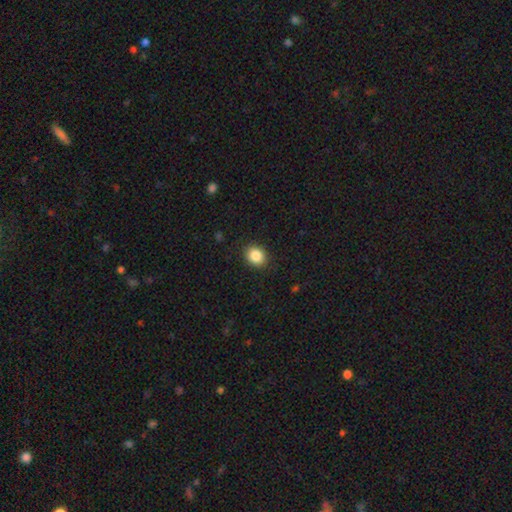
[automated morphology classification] smooth_or_featured: smooth (p=0.86) [alt: star or artifact p=0.09]
how_rounded: round (p=0.58) [alt: in between p=0.41]
merging: none (p=0.89) [alt: minor disturbance p=0.08]